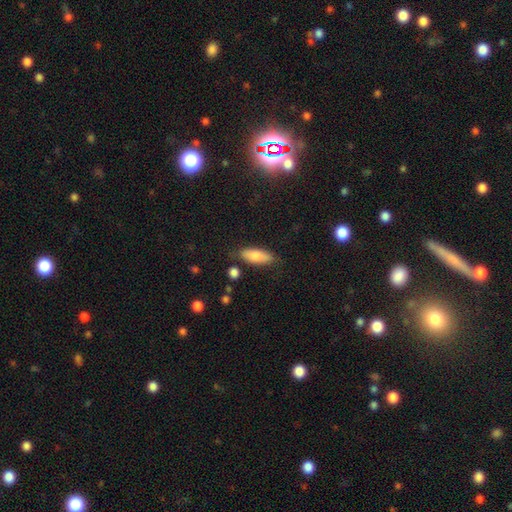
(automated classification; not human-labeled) A smooth galaxy with no disk features (80%) that is in between round and cigar-shaped (75%).

Vote fractions:
- Smooth or featured? smooth: 80% / featured or disk: 13% / star or artifact: 6%
- How rounded? in between: 75% / cigar-shaped: 23% / round: 2%
- Merging? none: 76% / minor disturbance: 17% / major disturbance: 4% / merger: 3%